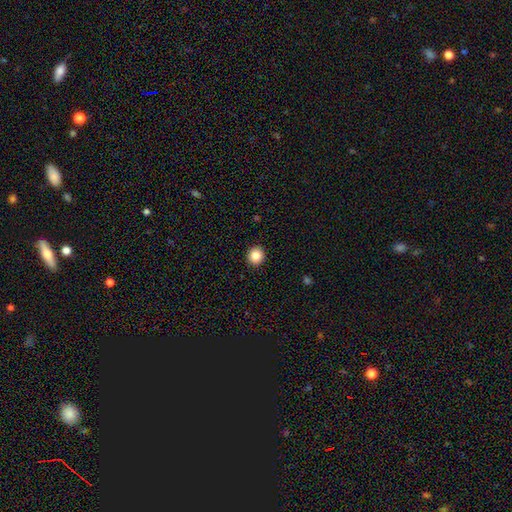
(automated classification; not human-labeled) Morphology: type=smooth (85%); roundness=round (91%); merging=none (93%).